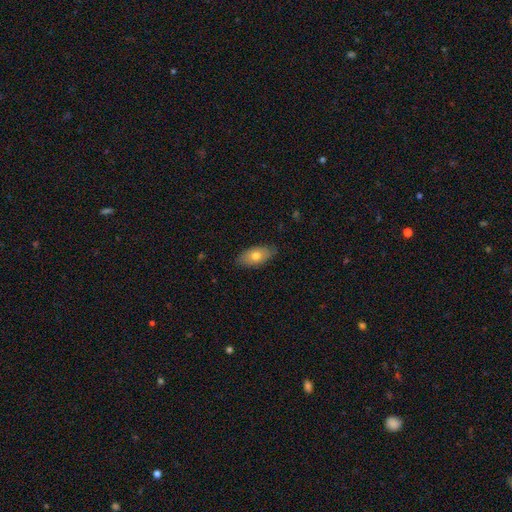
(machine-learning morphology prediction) This appears to be a smooth galaxy with no disk features (69%) that is in between round and cigar-shaped (91%). Merging: none (81%).